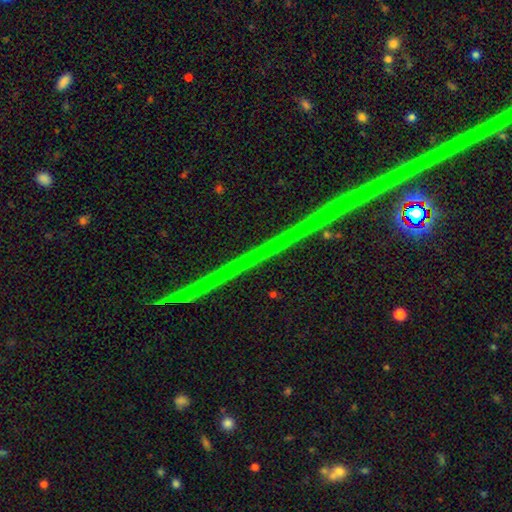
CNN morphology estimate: The model was most divided on "smooth or featured": star or artifact: 84%, featured or disk: 11%, smooth: 5%.